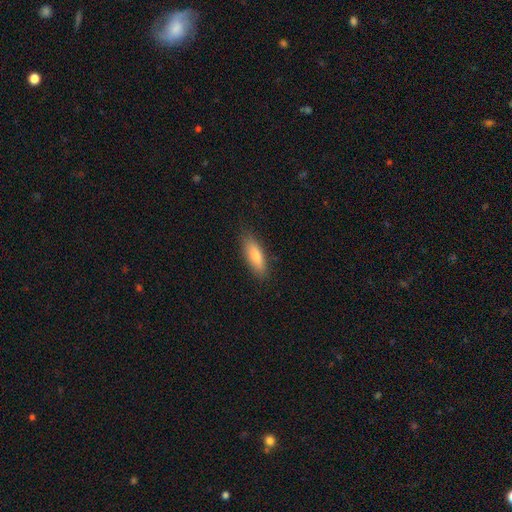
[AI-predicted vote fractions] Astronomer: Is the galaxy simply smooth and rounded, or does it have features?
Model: smooth — 79%.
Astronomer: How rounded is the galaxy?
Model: in between — 50% (runner-up: cigar-shaped, 49%).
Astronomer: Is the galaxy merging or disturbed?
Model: none — 83%.